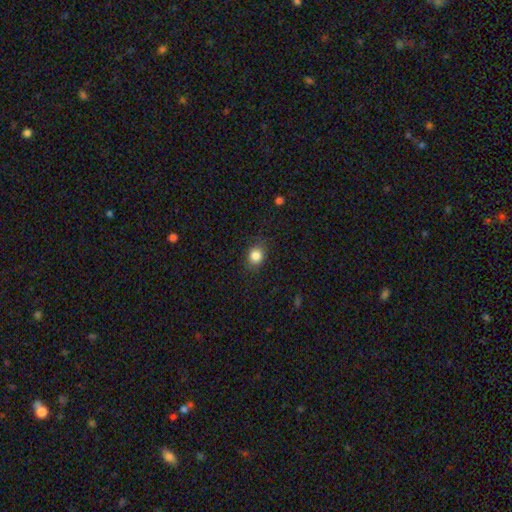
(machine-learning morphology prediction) The model was most divided on "how rounded": round: 62%, in between: 37%, cigar-shaped: 1%. More confident: smooth or featured — smooth (84%); merging — none (82%).